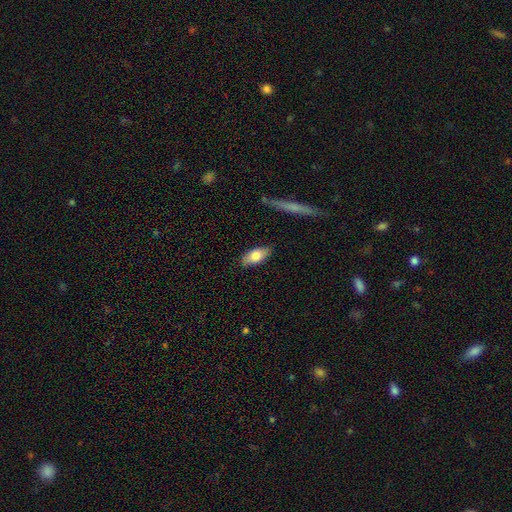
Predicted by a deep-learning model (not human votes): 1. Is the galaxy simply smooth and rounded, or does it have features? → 77% smooth, 16% featured or disk, 6% star or artifact.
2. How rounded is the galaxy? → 87% in between, 10% cigar-shaped, 3% round.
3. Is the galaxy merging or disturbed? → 84% none, 12% minor disturbance, 2% major disturbance, 2% merger.